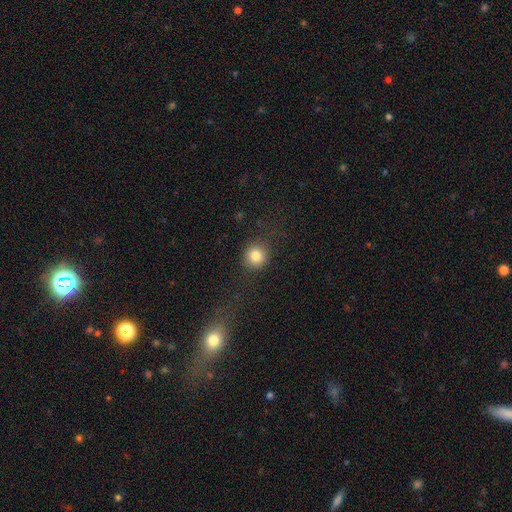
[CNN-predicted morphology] smooth_or_featured: smooth (p=0.83) [alt: star or artifact p=0.10]
how_rounded: round (p=0.89) [alt: in between p=0.10]
merging: none (p=0.82) [alt: minor disturbance p=0.10]